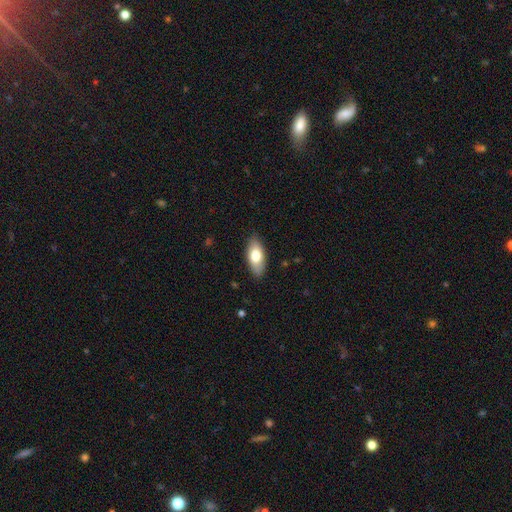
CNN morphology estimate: smooth 73%, featured or disk 21%, star or artifact 6%. Down the decision tree: how rounded — in between (88%); merging — none (86%).